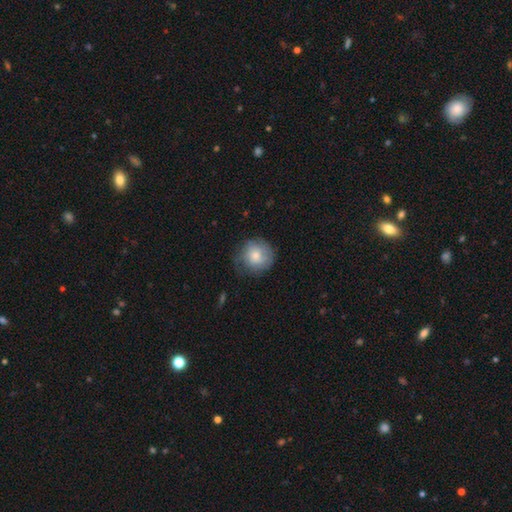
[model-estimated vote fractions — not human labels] The model was most divided on "smooth or featured": smooth: 65%, featured or disk: 28%, star or artifact: 7%. More confident: how rounded — round (90%); merging — none (67%).